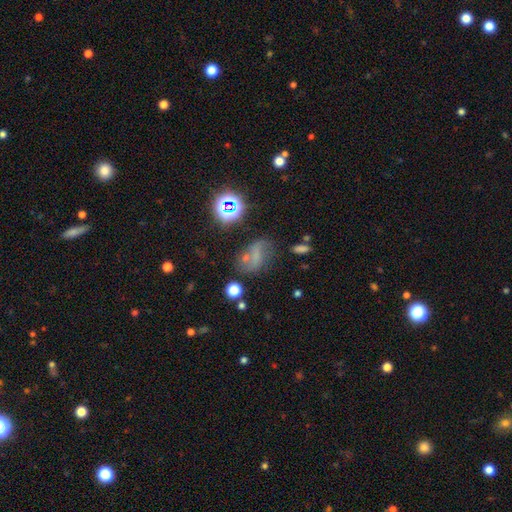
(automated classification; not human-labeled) A smooth galaxy with no disk features (42%). Merging: none (50%).